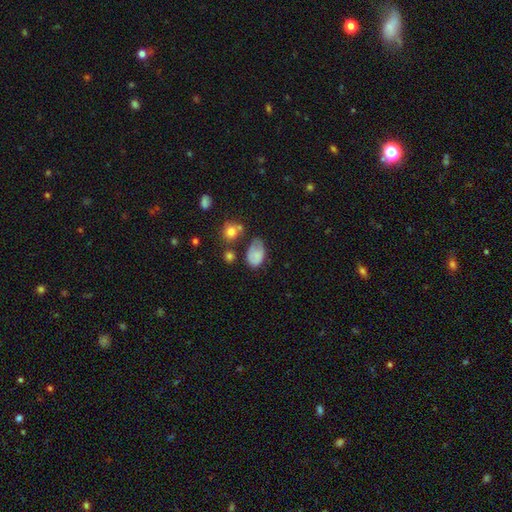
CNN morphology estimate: The model was most divided on "merging": minor disturbance: 38%, none: 35%, major disturbance: 20%, merger: 7%. More confident: how rounded — in between (85%); smooth or featured — smooth (76%).